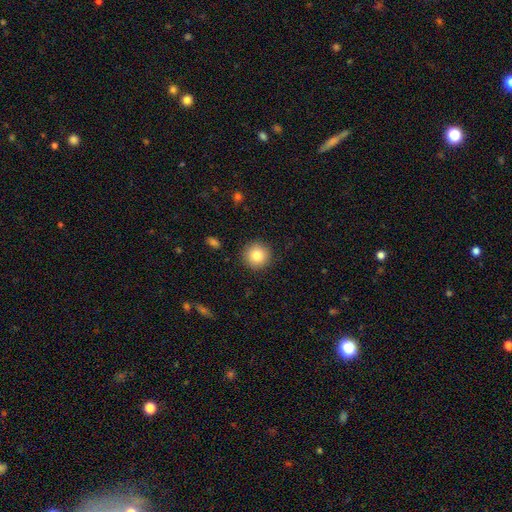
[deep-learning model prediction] smooth 83%, star or artifact 9%, featured or disk 8%. Down the decision tree: how rounded — round (95%); merging — none (91%).